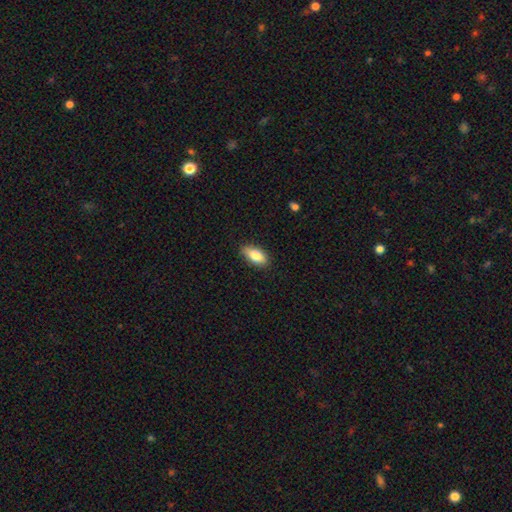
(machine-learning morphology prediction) Smooth or featured: smooth — 80% (featured or disk — 13%)
How rounded: in between — 86% (cigar-shaped — 10%)
Merging: none — 83% (minor disturbance — 13%)